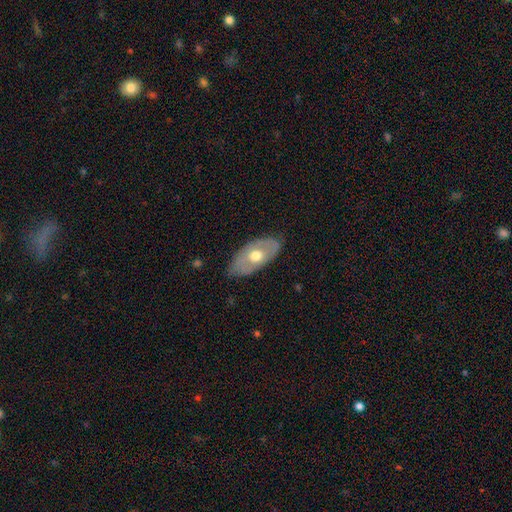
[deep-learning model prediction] smooth 50%, featured or disk 45%, star or artifact 5%. Down the decision tree: merging — none (76%).